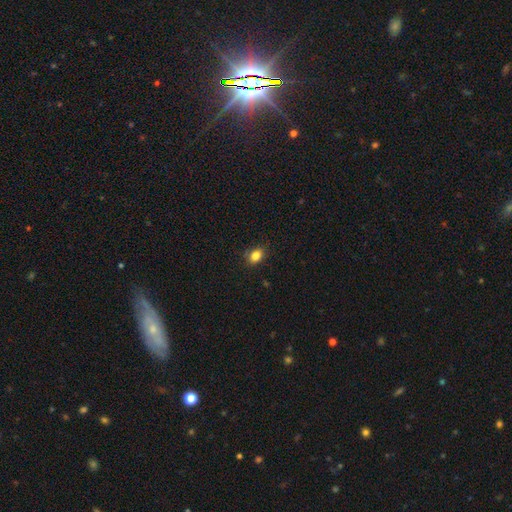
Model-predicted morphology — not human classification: A smooth galaxy with no disk features (84%) that is in between round and cigar-shaped (72%). Merging: none (84%).